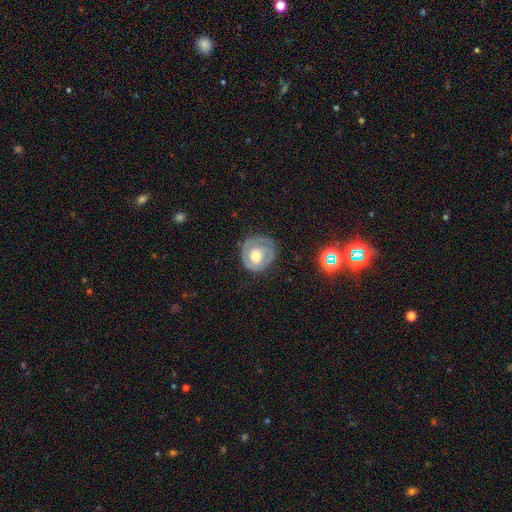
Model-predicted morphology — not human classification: Smooth or featured? featured or disk (65%)
Edge-on disk? no (97%)
Bar? no (76%)
Spiral arms? yes (71%)
Bulge size? moderate (60%)
Merging? none (70%)